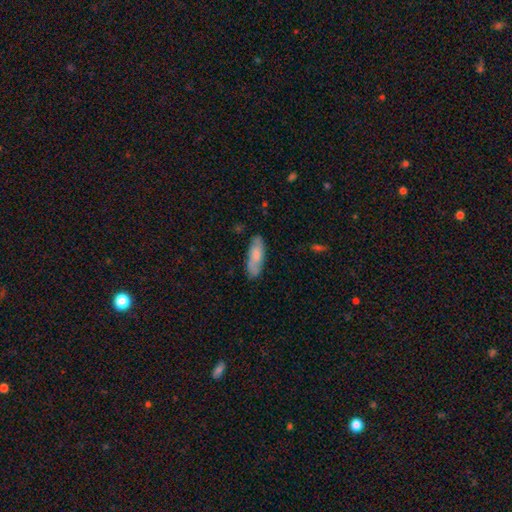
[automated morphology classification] A smooth galaxy with no disk features (66%) that is in between round and cigar-shaped (61%). Merging: none (77%).